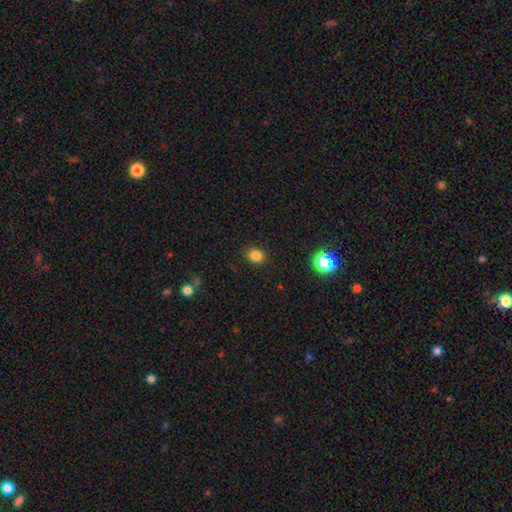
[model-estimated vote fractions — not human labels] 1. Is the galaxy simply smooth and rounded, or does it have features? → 82% smooth, 14% star or artifact, 4% featured or disk.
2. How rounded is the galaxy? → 61% round, 39% in between, 1% cigar-shaped.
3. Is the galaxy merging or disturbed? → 89% none, 8% minor disturbance, 2% major disturbance, 1% merger.